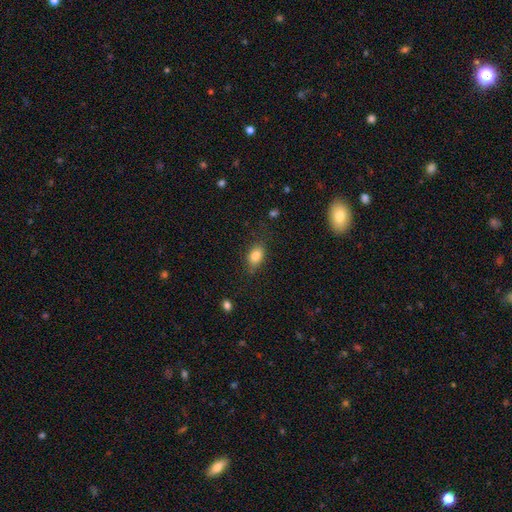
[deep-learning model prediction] A smooth galaxy with no disk features (83%) that is in between round and cigar-shaped (80%). Merging: none (77%).